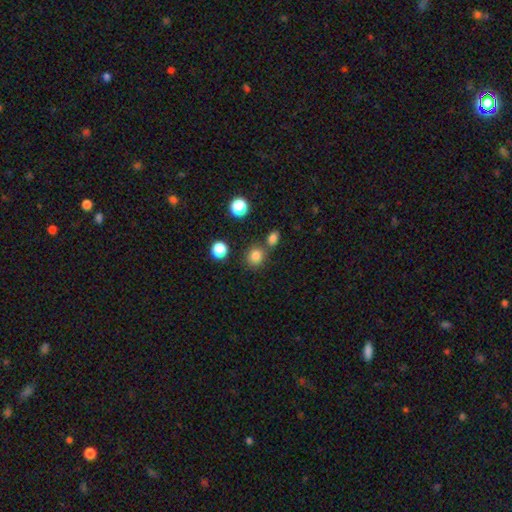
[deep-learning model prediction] The model was most divided on "merging": none: 70%, merger: 16%, minor disturbance: 10%, major disturbance: 4%. More confident: smooth or featured — smooth (82%); how rounded — round (79%).